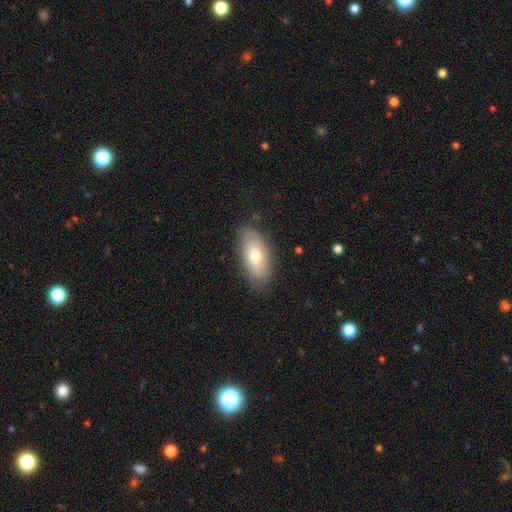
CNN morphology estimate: Smooth or featured? smooth (70%)
How rounded? in between (87%)
Merging? none (80%)